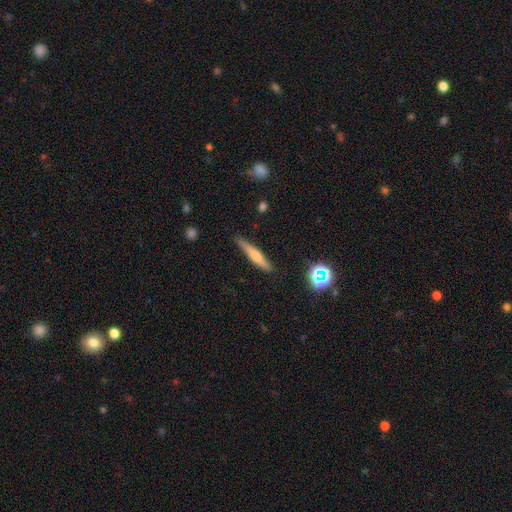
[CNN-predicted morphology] type=smooth (55%); roundness=cigar-shaped (90%); merging=none (84%).